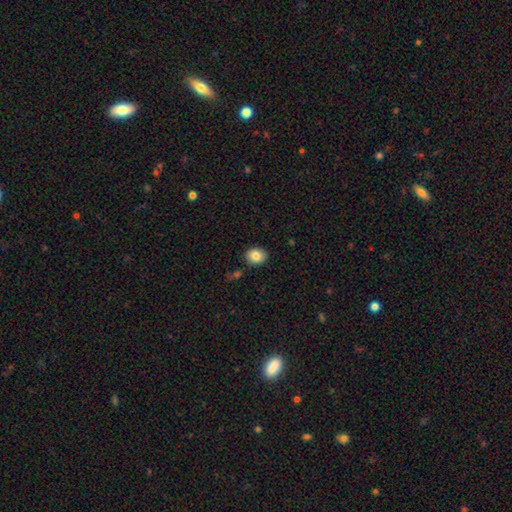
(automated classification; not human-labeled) smooth 85%, star or artifact 8%, featured or disk 7%. Down the decision tree: how rounded — round (53%); merging — none (85%).